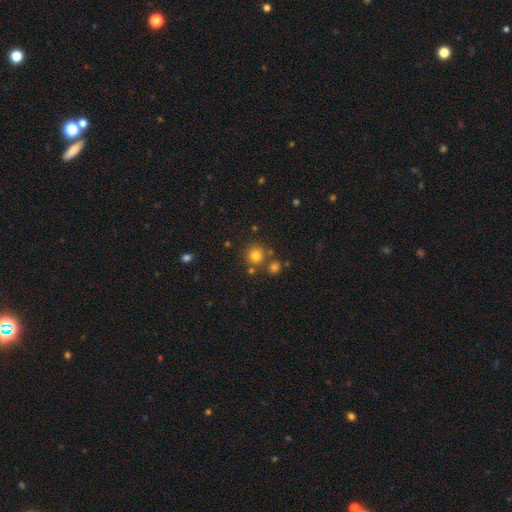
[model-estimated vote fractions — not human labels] This is likely a smooth galaxy (78%). How rounded: clearly round (93%). Merging: likely none (77%).